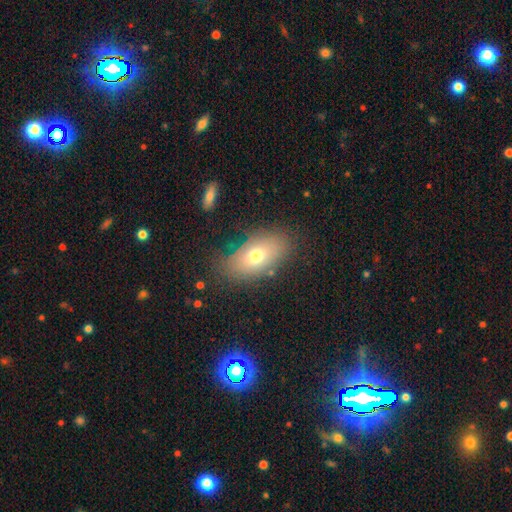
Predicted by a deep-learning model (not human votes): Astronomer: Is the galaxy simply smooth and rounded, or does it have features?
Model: smooth — 69%.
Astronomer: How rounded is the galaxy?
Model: in between — 89%.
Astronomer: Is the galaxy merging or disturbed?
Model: none — 77%.